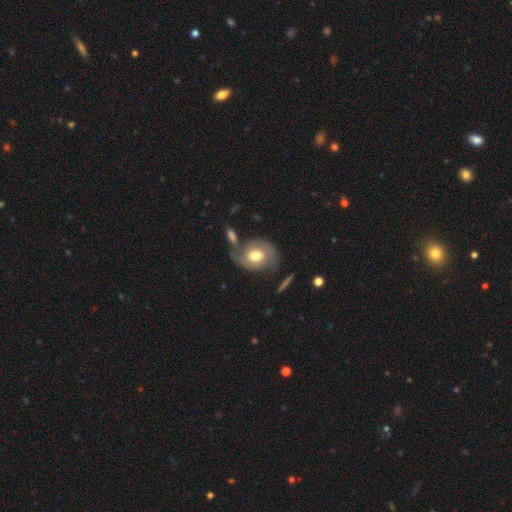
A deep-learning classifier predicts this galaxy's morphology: A featured or disk galaxy (51%).

Vote fractions:
- Smooth or featured? featured or disk: 51% / smooth: 42% / star or artifact: 7%
- Edge-on disk? no: 95% / yes: 5%
- Merging? none: 49% / minor disturbance: 20% / merger: 18% / major disturbance: 13%